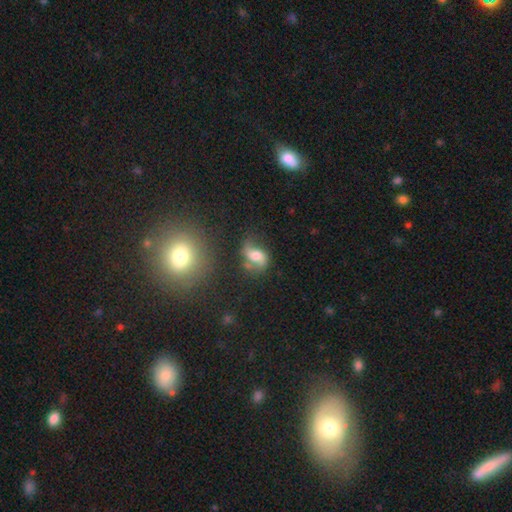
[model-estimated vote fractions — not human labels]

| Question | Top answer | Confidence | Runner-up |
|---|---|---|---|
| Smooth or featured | featured or disk | 64% | smooth (26%) |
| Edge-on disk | no | 96% | yes (4%) |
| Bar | no | 52% | weak (37%) |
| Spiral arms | yes | 88% | no (12%) |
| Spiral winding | loose | 71% | medium (23%) |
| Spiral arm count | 2 | 85% | 1 (7%) |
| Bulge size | moderate | 49% | large (24%) |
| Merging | none | 46% | minor disturbance (22%) |